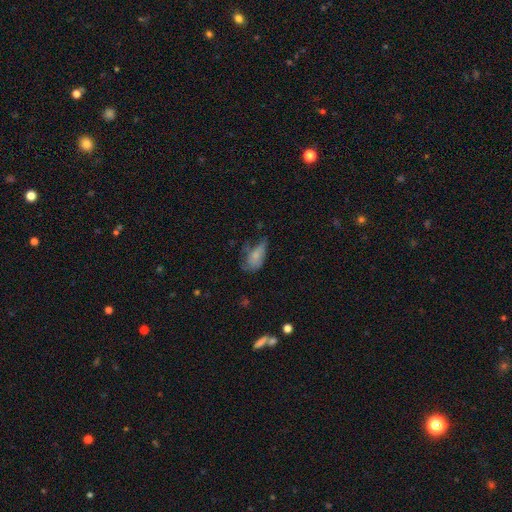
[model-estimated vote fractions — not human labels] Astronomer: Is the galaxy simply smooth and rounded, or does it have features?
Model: smooth — 65%.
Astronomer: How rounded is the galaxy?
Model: in between — 88%.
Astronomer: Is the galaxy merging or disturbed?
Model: minor disturbance — 35% (runner-up: none, 32%).